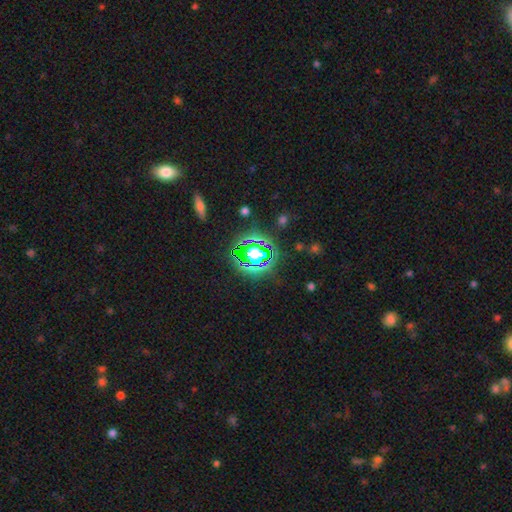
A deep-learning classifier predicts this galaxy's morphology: Smooth or featured: star or artifact — 61% (smooth — 26%)